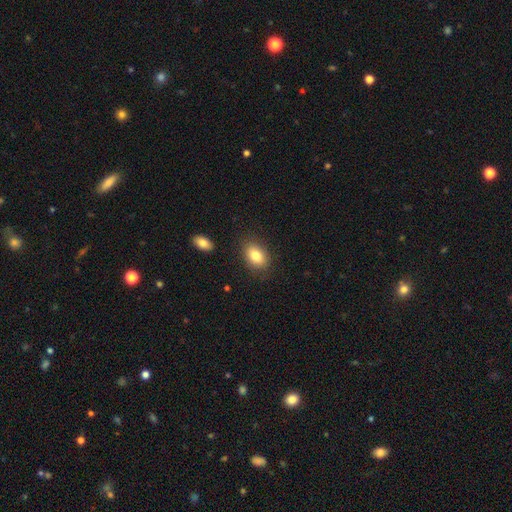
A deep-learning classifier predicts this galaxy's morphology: smooth-or-featured: smooth: 82% | featured or disk: 9% | star or artifact: 8%
  how-rounded: in between: 85% | round: 13% | cigar-shaped: 1%
  merging: none: 84% | minor disturbance: 11% | major disturbance: 3% | merger: 2%